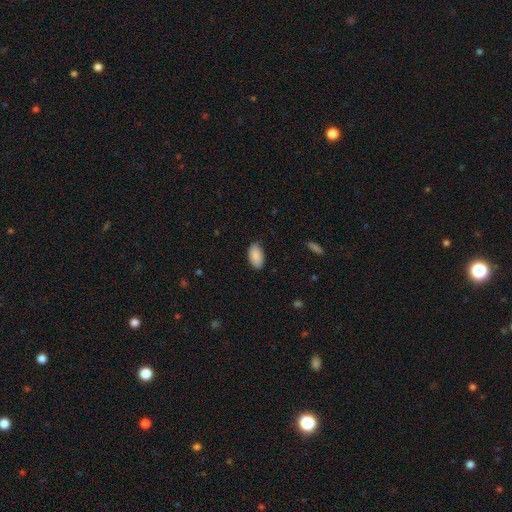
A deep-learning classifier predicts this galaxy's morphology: This appears to be a smooth galaxy with no disk features (90%) that is in between round and cigar-shaped (95%). Merging: none (86%).